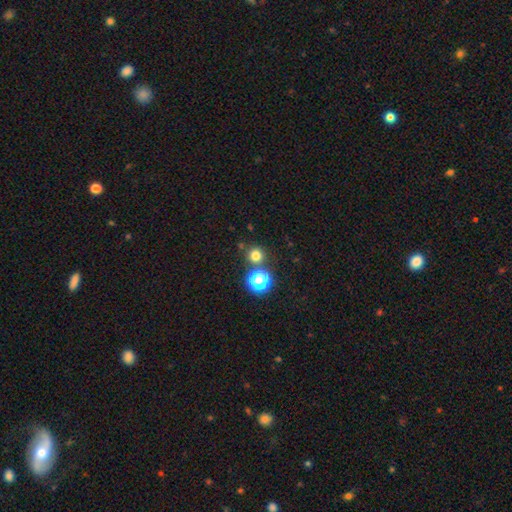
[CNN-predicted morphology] Smooth or featured?
  - smooth: 74% *
  - star or artifact: 21%
  - featured or disk: 6%
How rounded?
  - round: 93% *
  - in between: 6%
  - cigar-shaped: 1%
Merging?
  - none: 79% *
  - merger: 12%
  - minor disturbance: 6%
  - major disturbance: 3%